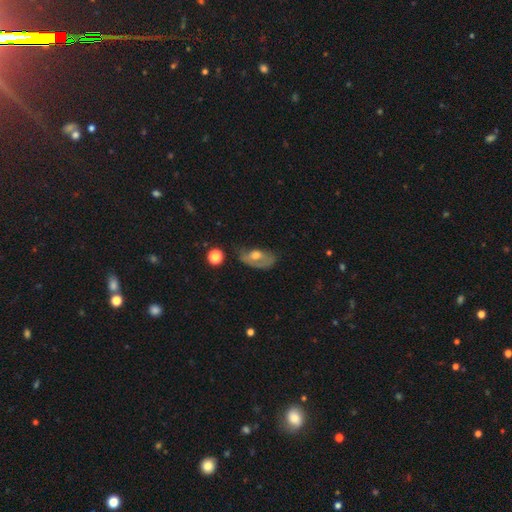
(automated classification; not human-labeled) smooth 45%, featured or disk 44%, star or artifact 10%. Down the decision tree: merging — none (38%).